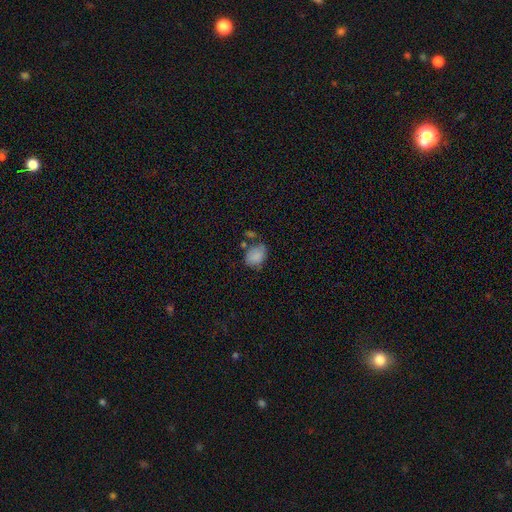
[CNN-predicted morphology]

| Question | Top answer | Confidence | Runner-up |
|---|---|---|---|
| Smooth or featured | smooth | 84% | star or artifact (9%) |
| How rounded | in between | 63% | round (36%) |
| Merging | none | 57% | minor disturbance (23%) |